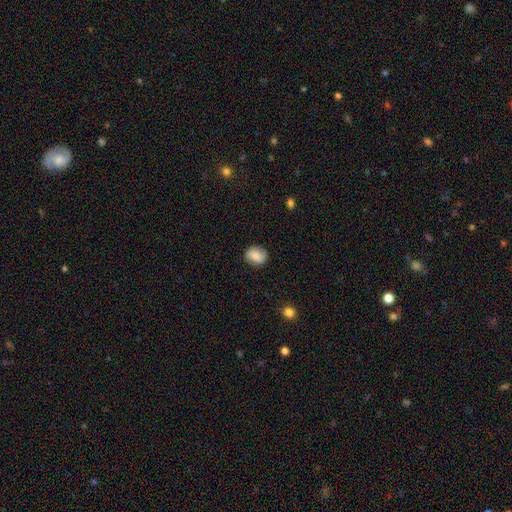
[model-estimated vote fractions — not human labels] A smooth galaxy with no disk features (80%) that is round (57%). Merging: none (83%).